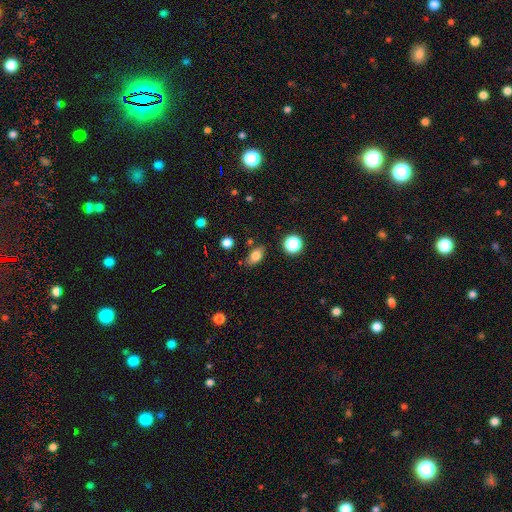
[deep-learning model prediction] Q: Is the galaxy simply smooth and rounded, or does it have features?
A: smooth — 80%.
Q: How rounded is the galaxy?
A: in between — 81%.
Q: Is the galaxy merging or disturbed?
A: none — 78%.